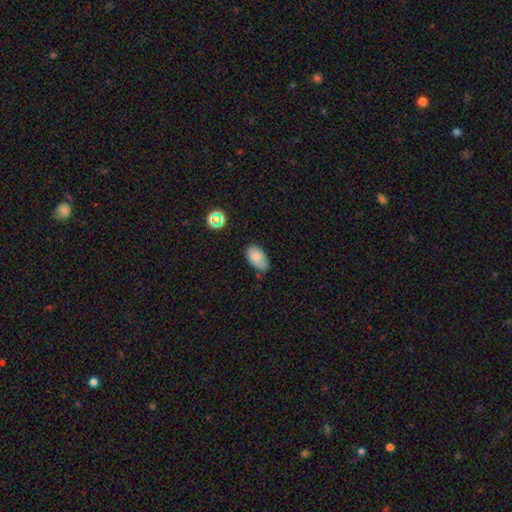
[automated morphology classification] Overall: smooth (79%). How rounded: in between (93%). Merging: none (63%; minor disturbance 29%).